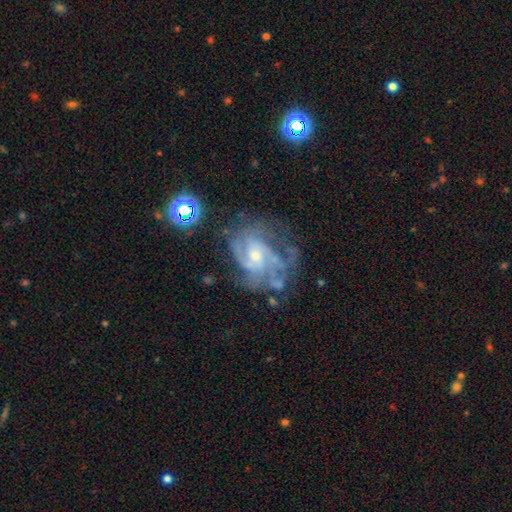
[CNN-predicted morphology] Smooth or featured: featured or disk — 81% (star or artifact — 10%)
Edge-on disk: no — 98% (yes — 2%)
Bar: no — 64% (weak — 31%)
Spiral arms: yes — 86% (no — 14%)
Spiral winding: medium — 43% (tight — 40%)
Spiral arm count: can't tell — 38% (3 — 21%)
Bulge size: small — 52% (moderate — 41%)
Merging: none — 46% (major disturbance — 27%)